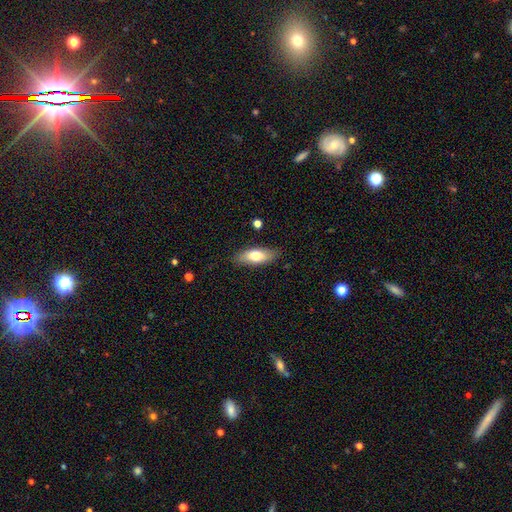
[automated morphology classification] This appears to be a smooth galaxy with no disk features (71%) that is in between round and cigar-shaped (73%). Merging: none (83%).